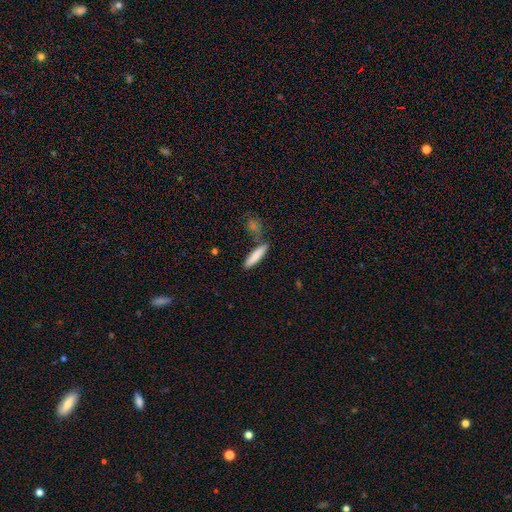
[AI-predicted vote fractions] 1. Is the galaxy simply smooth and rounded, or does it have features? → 81% smooth, 13% featured or disk, 6% star or artifact.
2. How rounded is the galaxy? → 77% cigar-shaped, 21% in between, 2% round.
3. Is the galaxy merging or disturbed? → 73% none, 13% minor disturbance, 11% merger, 3% major disturbance.